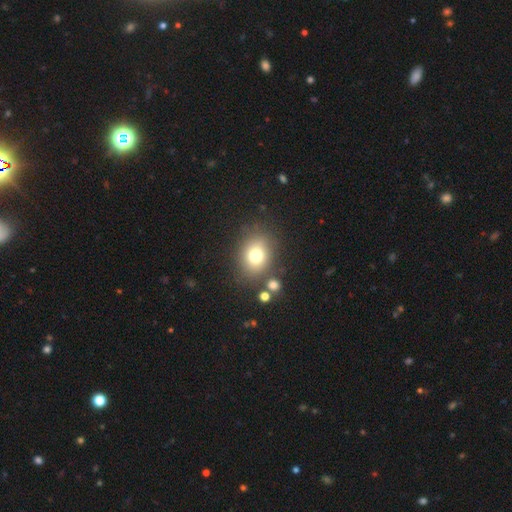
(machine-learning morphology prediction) Smooth or featured: smooth — 75% (star or artifact — 13%)
How rounded: round — 52% (in between — 47%)
Merging: none — 77% (minor disturbance — 12%)